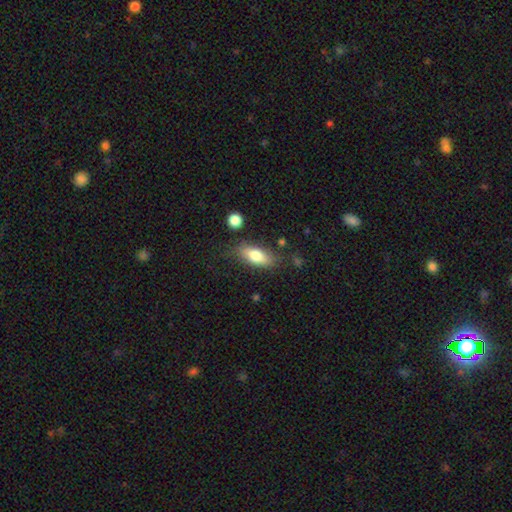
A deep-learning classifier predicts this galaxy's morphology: smooth 76%, featured or disk 17%, star or artifact 7%. Down the decision tree: how rounded — in between (80%); merging — none (75%).